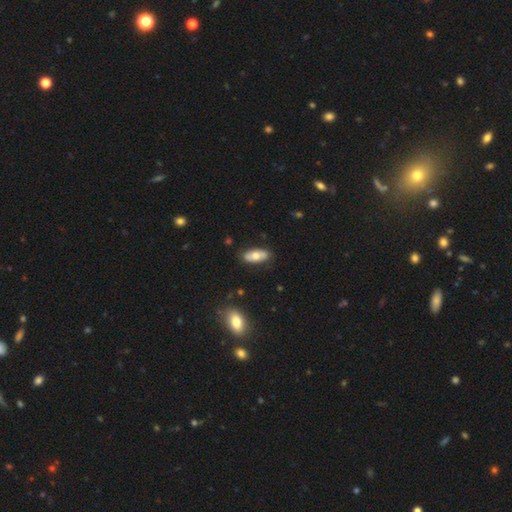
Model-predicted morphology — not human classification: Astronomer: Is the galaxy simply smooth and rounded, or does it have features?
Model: smooth — 64%.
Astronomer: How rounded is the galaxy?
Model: in between — 86%.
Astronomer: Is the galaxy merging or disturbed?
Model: none — 82%.